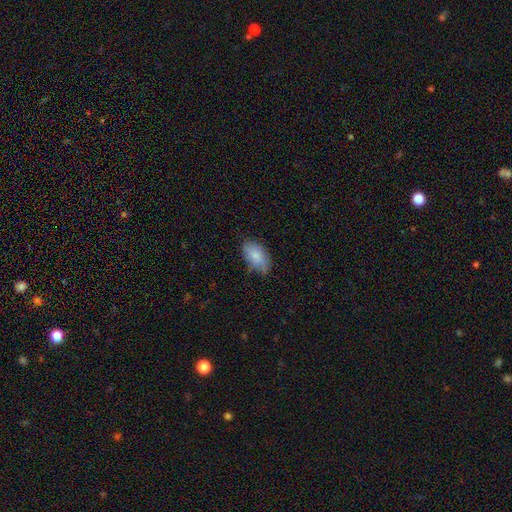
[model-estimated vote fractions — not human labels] Smooth or featured? Predicted: smooth (p=0.82). How rounded? Predicted: in between (p=0.94). Merging? Predicted: none (p=0.73).